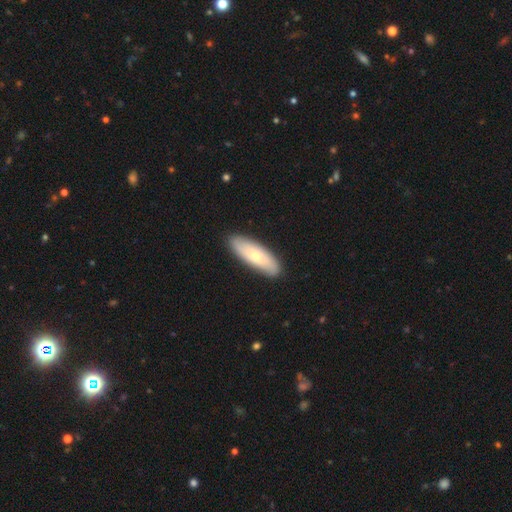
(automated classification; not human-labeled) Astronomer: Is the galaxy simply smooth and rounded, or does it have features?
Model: smooth — 62%.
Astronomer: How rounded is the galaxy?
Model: in between — 57% (runner-up: cigar-shaped, 41%).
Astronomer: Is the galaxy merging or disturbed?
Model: none — 88%.